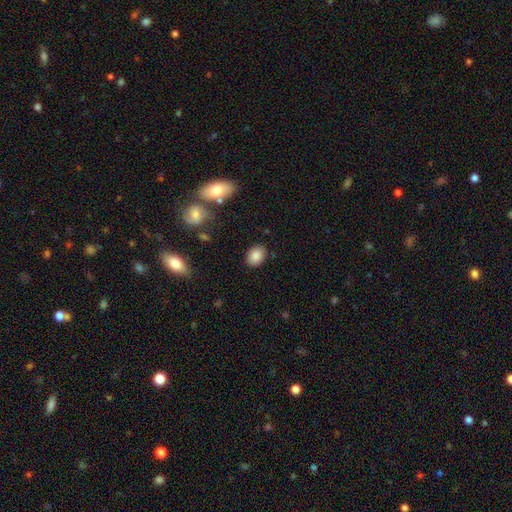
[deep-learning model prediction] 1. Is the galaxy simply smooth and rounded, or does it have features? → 86% smooth, 9% star or artifact, 5% featured or disk.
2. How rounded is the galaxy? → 69% in between, 30% round, 1% cigar-shaped.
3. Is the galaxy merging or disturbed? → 86% none, 9% minor disturbance, 3% major disturbance, 2% merger.